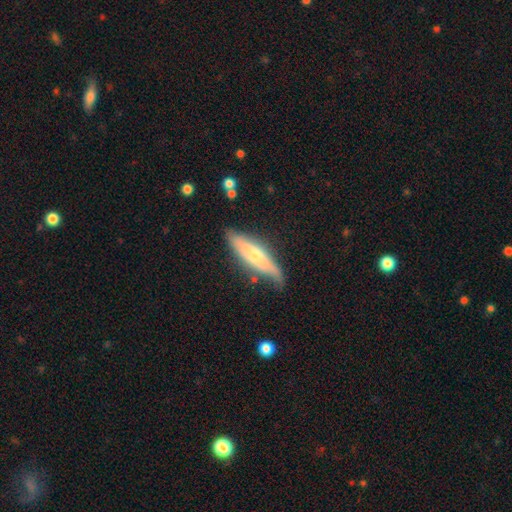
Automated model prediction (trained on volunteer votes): Smooth or featured?
  - smooth: 51% *
  - featured or disk: 43%
  - star or artifact: 6%
How rounded?
  - cigar-shaped: 67% *
  - in between: 31%
  - round: 2%
Merging?
  - none: 66% *
  - minor disturbance: 24%
  - major disturbance: 7%
  - merger: 3%